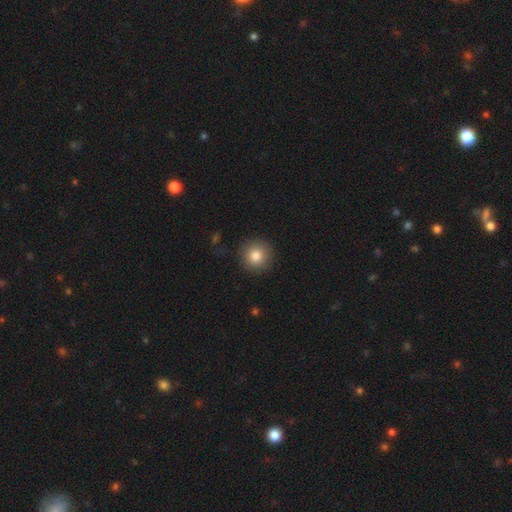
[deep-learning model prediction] This appears to be a smooth galaxy with no disk features (83%) that is round (95%). Merging: none (90%).